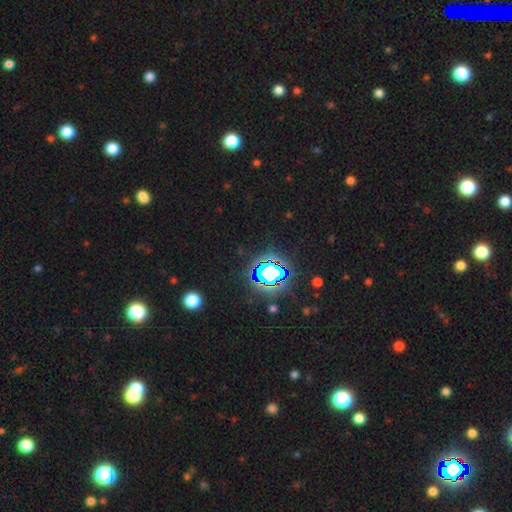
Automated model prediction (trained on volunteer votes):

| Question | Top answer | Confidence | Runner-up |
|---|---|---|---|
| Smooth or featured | star or artifact | 82% | smooth (11%) |